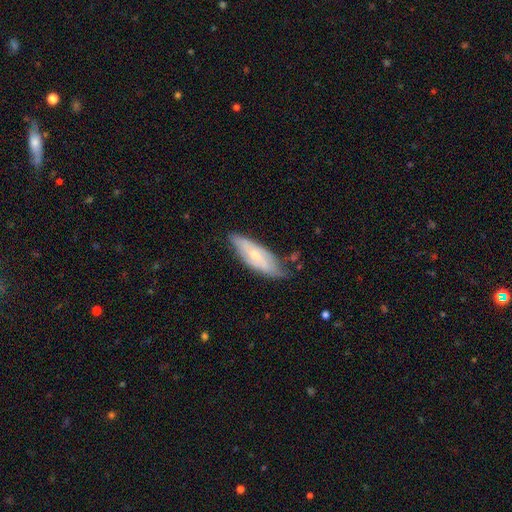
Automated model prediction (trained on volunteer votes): A featured or disk galaxy (49%). Merging: none (67%).